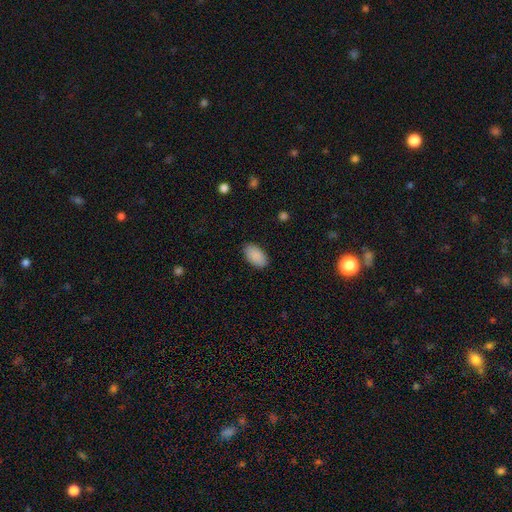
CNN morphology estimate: The model was most divided on "merging": none: 88%, minor disturbance: 9%, major disturbance: 2%, merger: 1%. More confident: how rounded — in between (95%); smooth or featured — smooth (90%).